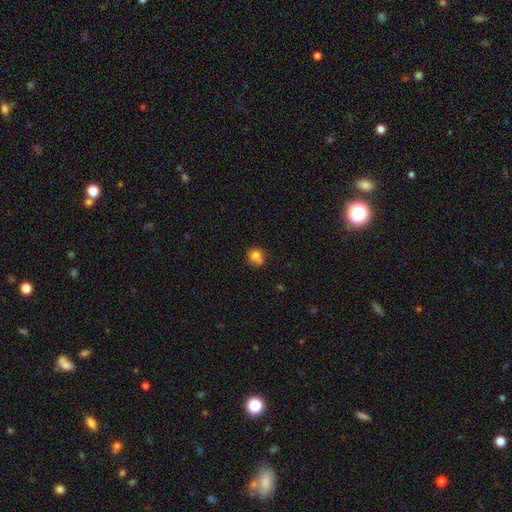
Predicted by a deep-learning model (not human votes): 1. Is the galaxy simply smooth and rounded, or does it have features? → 77% smooth, 12% featured or disk, 11% star or artifact.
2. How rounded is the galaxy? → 81% round, 18% in between, 1% cigar-shaped.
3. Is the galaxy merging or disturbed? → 51% none, 25% merger, 18% minor disturbance, 6% major disturbance.